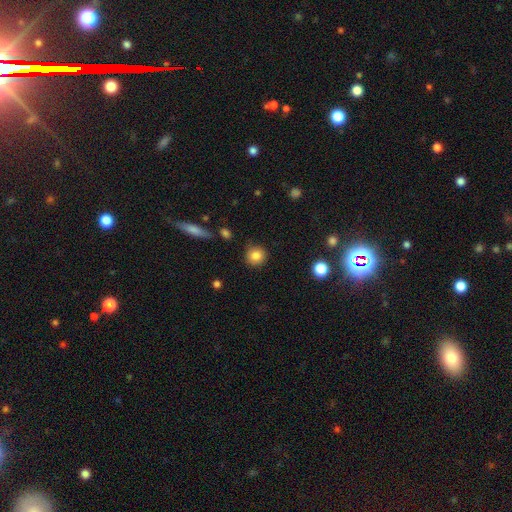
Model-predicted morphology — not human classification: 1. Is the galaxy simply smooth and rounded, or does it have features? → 84% smooth, 9% star or artifact, 7% featured or disk.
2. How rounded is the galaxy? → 91% round, 8% in between, 1% cigar-shaped.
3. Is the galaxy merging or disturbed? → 85% none, 10% minor disturbance, 3% major disturbance, 2% merger.